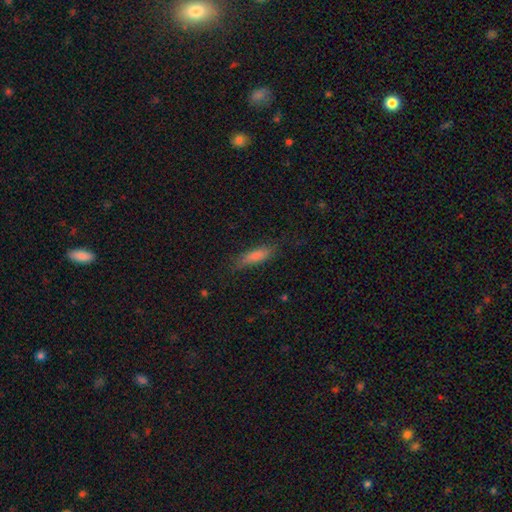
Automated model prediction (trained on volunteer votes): Smooth or featured?
  - smooth: 75% *
  - featured or disk: 16%
  - star or artifact: 9%
How rounded?
  - cigar-shaped: 66% *
  - in between: 32%
  - round: 2%
Merging?
  - none: 77% *
  - minor disturbance: 17%
  - major disturbance: 5%
  - merger: 1%